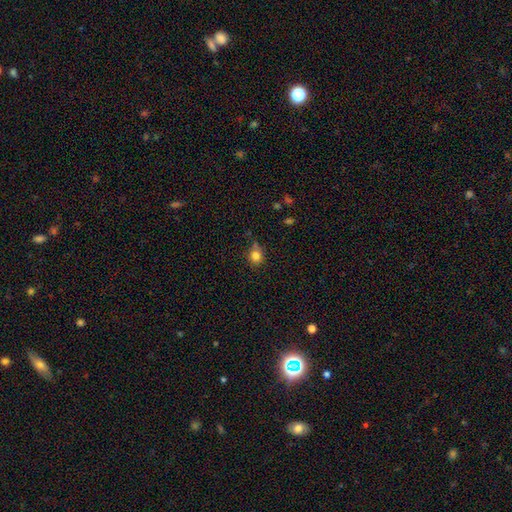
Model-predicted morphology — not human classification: Overall: smooth (82%). How rounded: round (75%). Merging: none (65%).